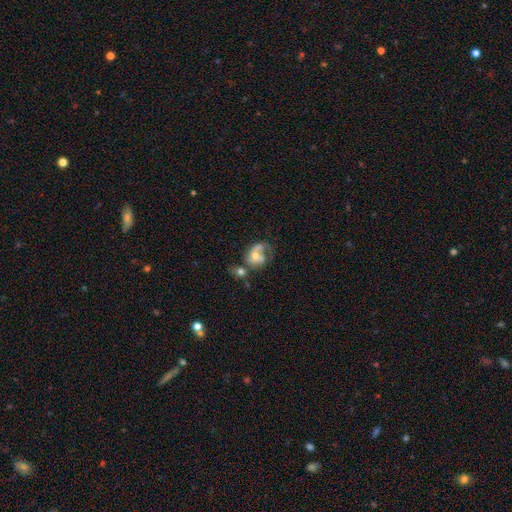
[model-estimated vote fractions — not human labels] Q: Smooth or featured?
A: featured or disk (56%); runner-up: smooth (36%)
Q: Edge-on disk?
A: no (97%); runner-up: yes (3%)
Q: Bar?
A: no (77%); runner-up: weak (19%)
Q: Spiral arms?
A: yes (66%); runner-up: no (34%)
Q: Bulge size?
A: moderate (60%); runner-up: small (26%)
Q: Merging?
A: merger (42%); runner-up: major disturbance (23%)